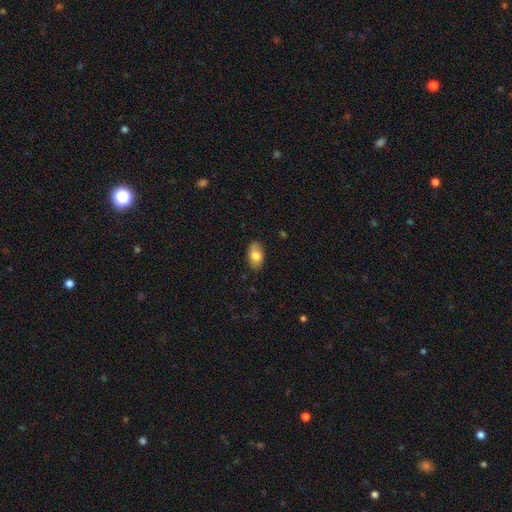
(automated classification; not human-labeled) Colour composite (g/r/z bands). It shows a smooth galaxy with no disk features (78%) that is in between round and cigar-shaped (92%). Merging: none (86%).